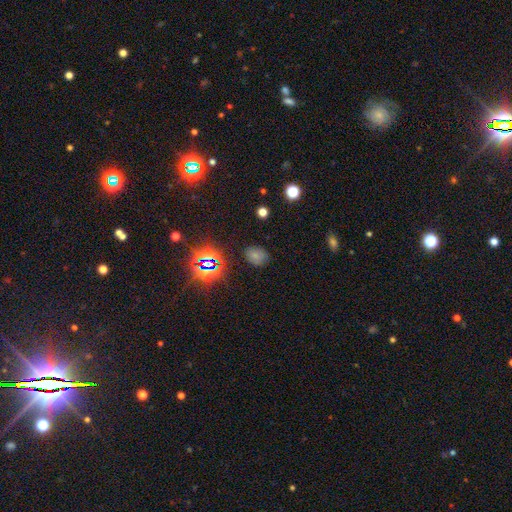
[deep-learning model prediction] The model was most divided on "how rounded": in between: 58%, round: 41%, cigar-shaped: 1%. More confident: merging — none (80%); smooth or featured — smooth (63%).